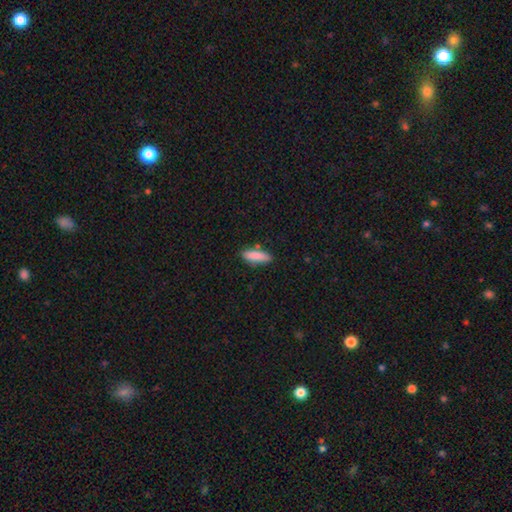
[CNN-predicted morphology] type=smooth (87%); roundness=cigar-shaped (51%); merging=none (79%).